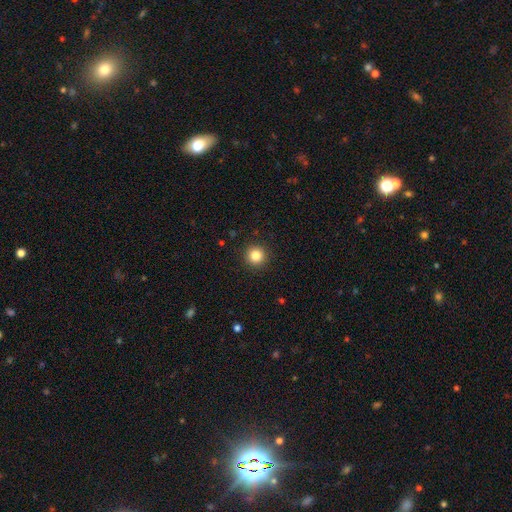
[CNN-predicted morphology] Overall: smooth (84%). How rounded: round (96%). Merging: none (93%).